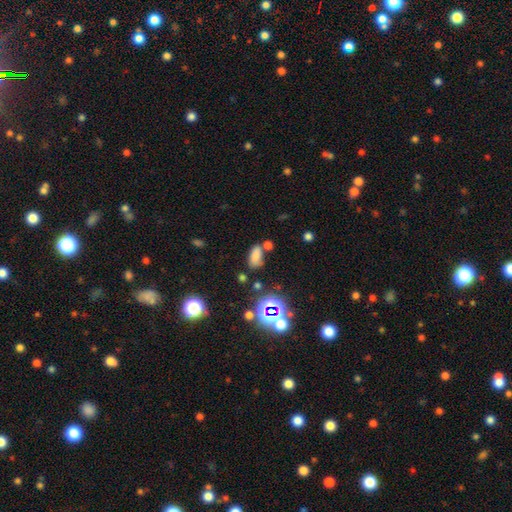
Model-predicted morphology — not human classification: Smooth or featured?
  - smooth: 69% *
  - star or artifact: 21%
  - featured or disk: 10%
How rounded?
  - in between: 88% *
  - round: 7%
  - cigar-shaped: 5%
Merging?
  - none: 59% *
  - minor disturbance: 17%
  - merger: 17%
  - major disturbance: 7%